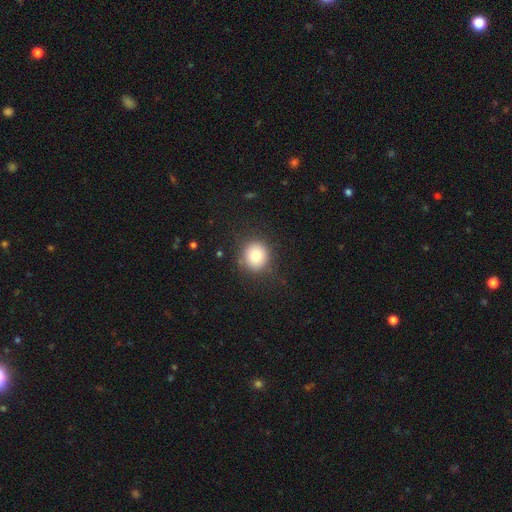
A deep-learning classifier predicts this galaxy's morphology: This appears to be a smooth galaxy with no disk features (77%) that is round (89%). Merging: none (83%).